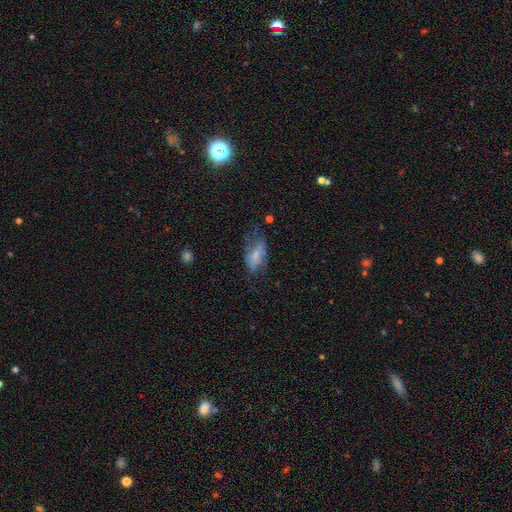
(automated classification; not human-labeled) smooth 64%, featured or disk 27%, star or artifact 9%. Down the decision tree: how rounded — in between (90%); merging — none (37%).